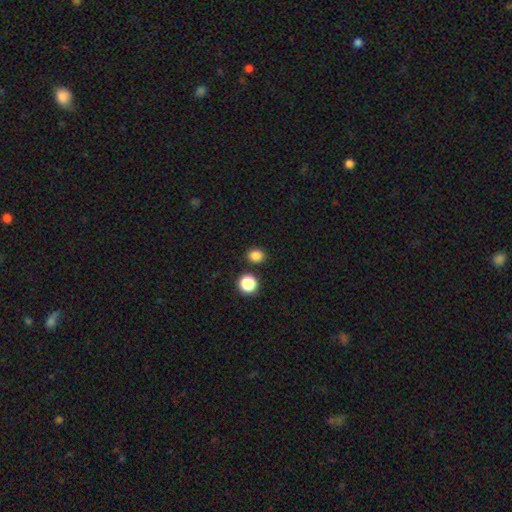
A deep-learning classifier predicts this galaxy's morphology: Smooth or featured? Predicted: smooth (p=0.83). How rounded? Predicted: round (p=0.67). Merging? Predicted: none (p=0.85).